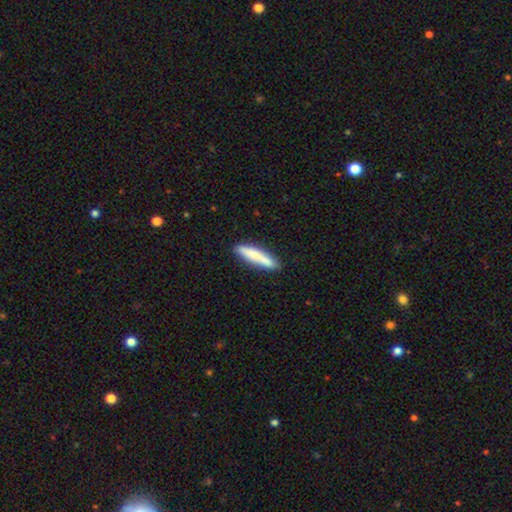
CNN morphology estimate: Q: Smooth or featured?
A: smooth (78%); runner-up: featured or disk (17%)
Q: How rounded?
A: cigar-shaped (88%); runner-up: in between (11%)
Q: Merging?
A: none (83%); runner-up: minor disturbance (12%)